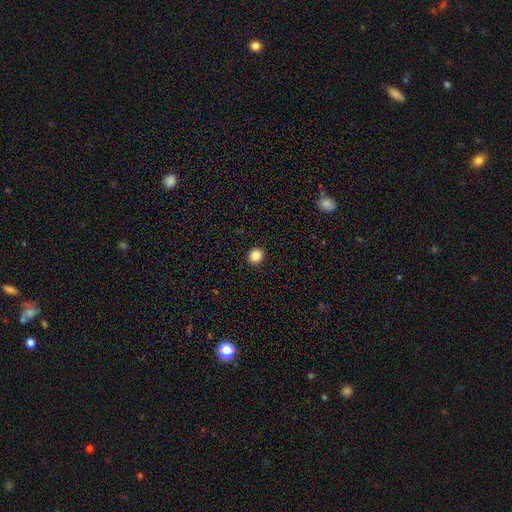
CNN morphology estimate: This is clearly a smooth galaxy (84%). How rounded: clearly round (82%). Merging: clearly none (93%).